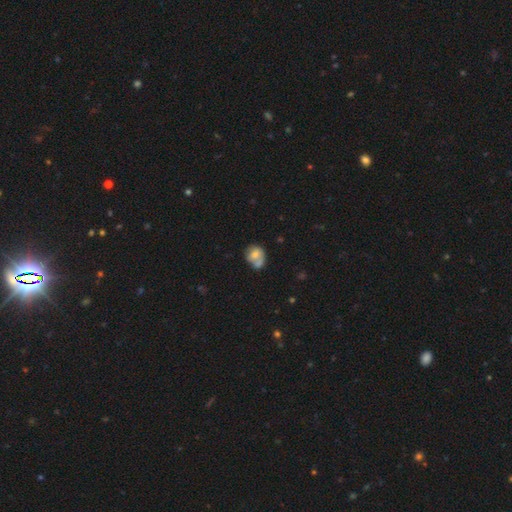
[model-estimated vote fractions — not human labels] A smooth galaxy with no disk features (64%) that is round (56%). Merging: none (37%).